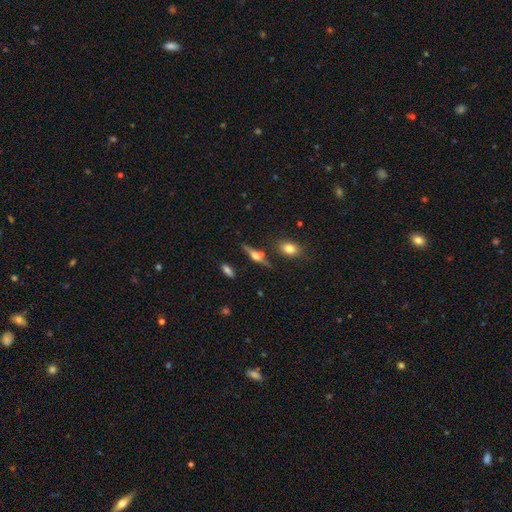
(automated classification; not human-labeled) featured or disk 66%, smooth 25%, star or artifact 9%. Down the decision tree: edge-on disk — yes (94%); edge-on bulge — rounded (90%); merging — none (75%).